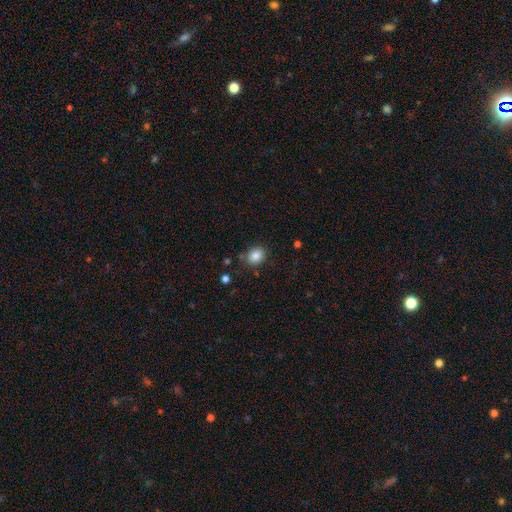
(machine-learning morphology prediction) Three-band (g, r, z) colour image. It shows a smooth galaxy with no disk features (84%) that is round (59%). Merging: none (81%).